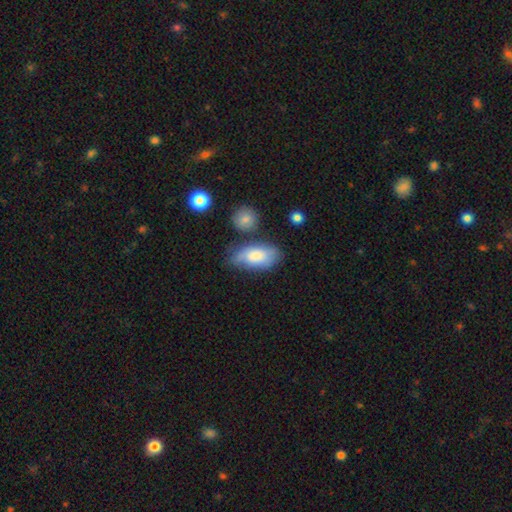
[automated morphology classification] smooth-or-featured: smooth: 72% | featured or disk: 21% | star or artifact: 7%
  how-rounded: in between: 91% | cigar-shaped: 6% | round: 4%
  merging: none: 56% | minor disturbance: 29% | major disturbance: 8% | merger: 7%